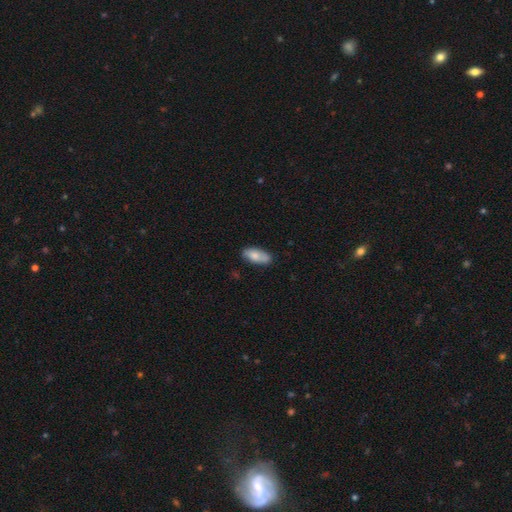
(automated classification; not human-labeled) Smooth or featured: smooth — 75% (featured or disk — 18%)
How rounded: in between — 84% (cigar-shaped — 13%)
Merging: none — 75% (minor disturbance — 19%)